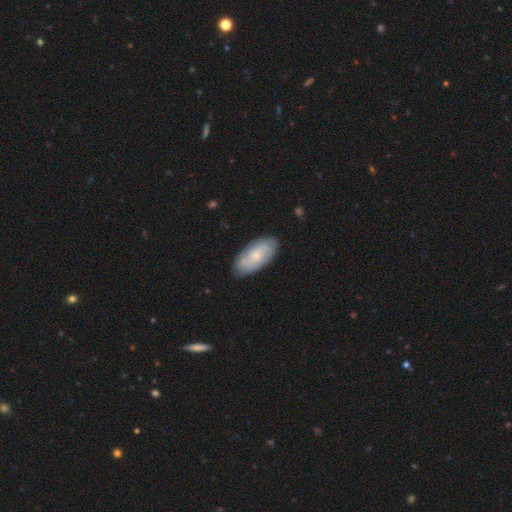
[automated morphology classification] This is possibly a smooth galaxy (52%). How rounded: clearly in between (91%). Merging: clearly none (81%).